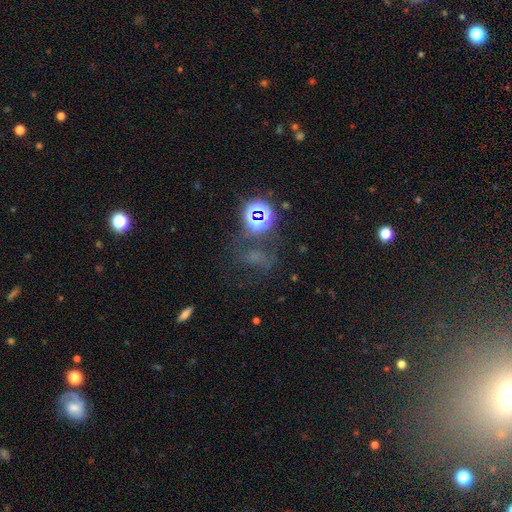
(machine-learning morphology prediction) A star or artifact, not a galaxy (46%).